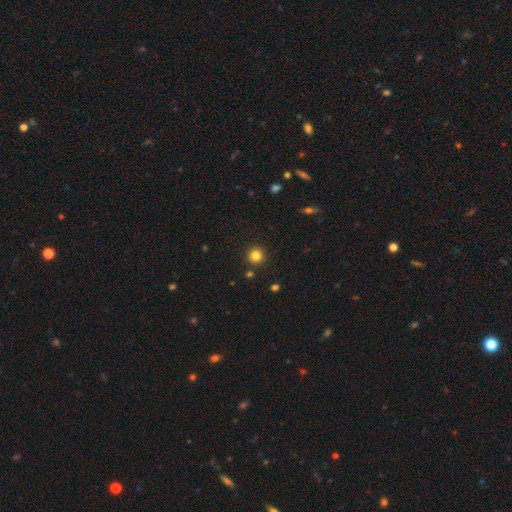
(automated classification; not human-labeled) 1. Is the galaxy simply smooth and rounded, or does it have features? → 82% smooth, 13% star or artifact, 5% featured or disk.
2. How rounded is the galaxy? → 94% round, 5% in between, 1% cigar-shaped.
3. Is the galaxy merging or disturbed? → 90% none, 5% minor disturbance, 3% merger, 2% major disturbance.